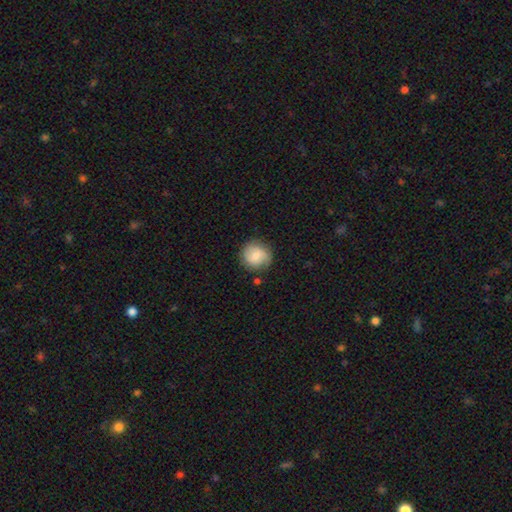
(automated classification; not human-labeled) Overall: smooth (71%). How rounded: round (89%). Merging: none (77%).